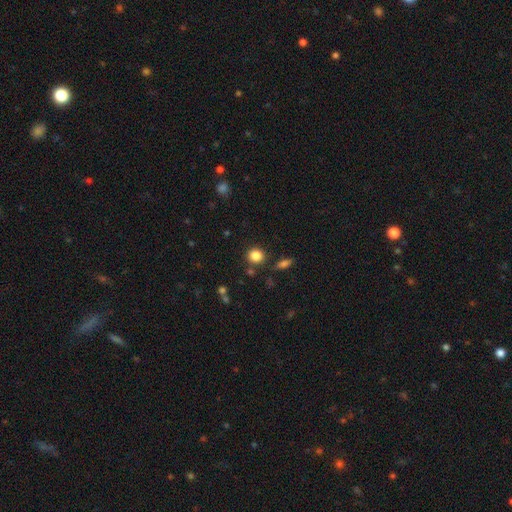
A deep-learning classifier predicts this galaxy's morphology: The model was most divided on "how rounded": round: 82%, in between: 17%, cigar-shaped: 1%. More confident: smooth or featured — smooth (84%); merging — none (83%).